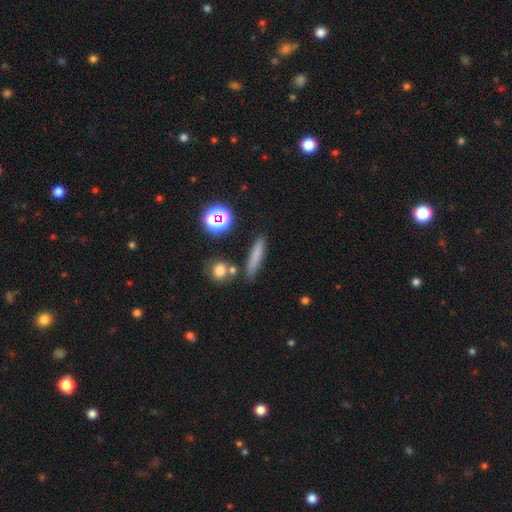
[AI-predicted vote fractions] Smooth or featured? smooth (71%)
How rounded? cigar-shaped (82%)
Merging? none (83%)